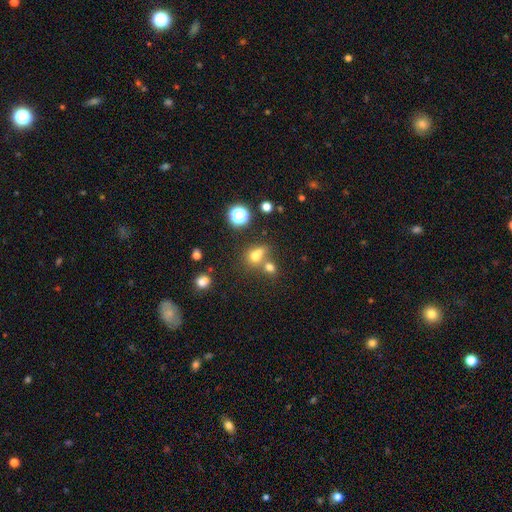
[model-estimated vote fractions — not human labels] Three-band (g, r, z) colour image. It shows a smooth galaxy with no disk features (67%) that is round (67%). Merging: none (43%).